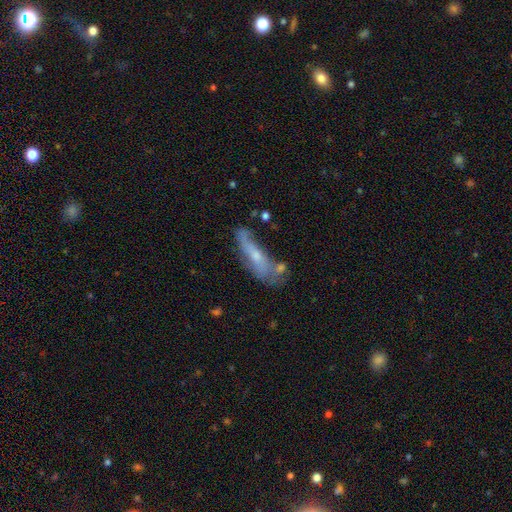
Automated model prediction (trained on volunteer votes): A featured or disk galaxy (50%).

Vote fractions:
- Smooth or featured? featured or disk: 50% / smooth: 42% / star or artifact: 8%
- Edge-on disk? no: 62% / yes: 38%
- Merging? none: 39% / minor disturbance: 27% / major disturbance: 18% / merger: 16%